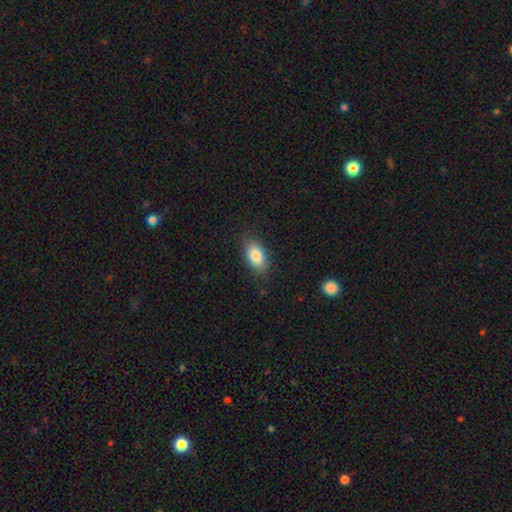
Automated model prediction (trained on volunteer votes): A smooth galaxy with no disk features (85%) that is in between round and cigar-shaped (91%). Merging: none (84%).